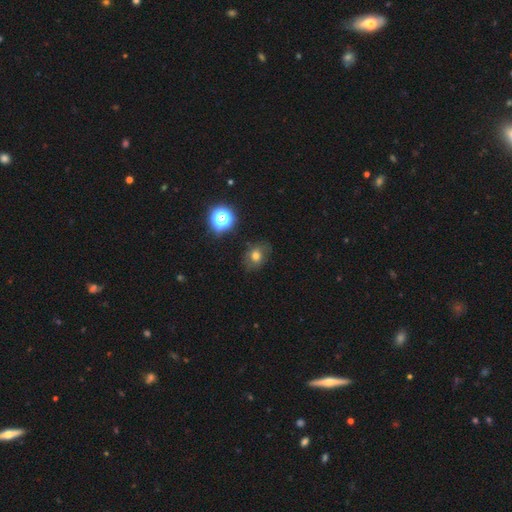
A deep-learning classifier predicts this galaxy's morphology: Smooth or featured? Predicted: smooth (p=0.67). How rounded? Predicted: round (p=0.50). Merging? Predicted: none (p=0.74).